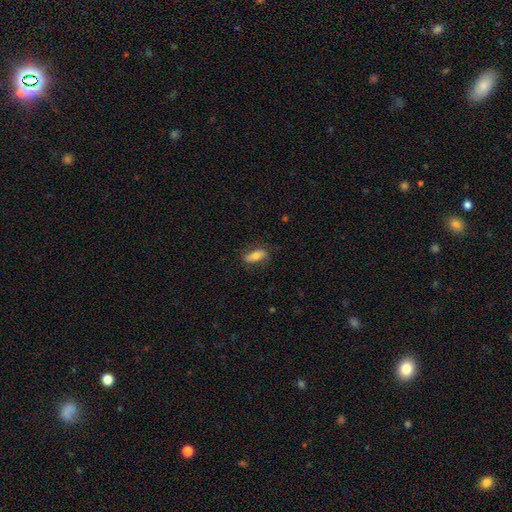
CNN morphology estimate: A smooth galaxy with no disk features (68%) that is in between round and cigar-shaped (69%).

Vote fractions:
- Smooth or featured? smooth: 68% / featured or disk: 25% / star or artifact: 7%
- How rounded? in between: 69% / cigar-shaped: 27% / round: 4%
- Merging? none: 78% / minor disturbance: 16% / major disturbance: 5% / merger: 1%